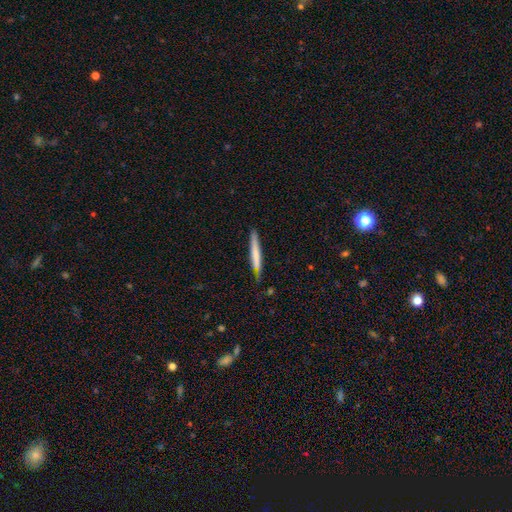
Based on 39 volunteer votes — Smooth or featured: smooth — 64% (featured or disk — 31%)
How rounded: cigar-shaped — 96% (round — 4%)
Merging: none — 95% (minor disturbance — 5%)